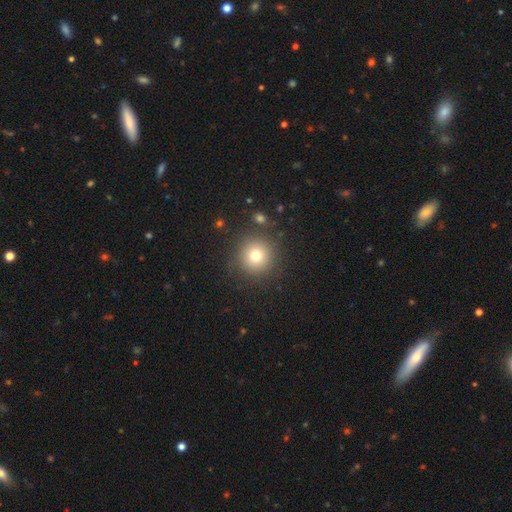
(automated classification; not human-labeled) Q: Smooth or featured?
A: smooth (76%); runner-up: star or artifact (14%)
Q: How rounded?
A: round (95%); runner-up: in between (4%)
Q: Merging?
A: none (88%); runner-up: minor disturbance (7%)